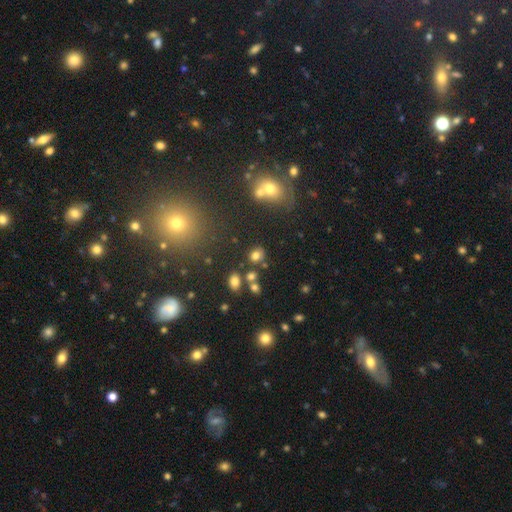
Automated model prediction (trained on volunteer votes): A smooth galaxy with no disk features (75%) that is round (61%).

Vote fractions:
- Smooth or featured? smooth: 75% / star or artifact: 16% / featured or disk: 9%
- How rounded? round: 61% / in between: 38% / cigar-shaped: 1%
- Merging? none: 72% / minor disturbance: 12% / merger: 12% / major disturbance: 4%